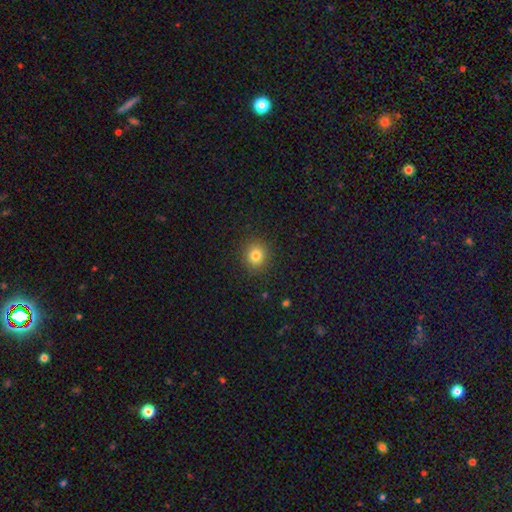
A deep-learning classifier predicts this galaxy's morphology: Smooth or featured? smooth (81%)
How rounded? round (86%)
Merging? none (91%)